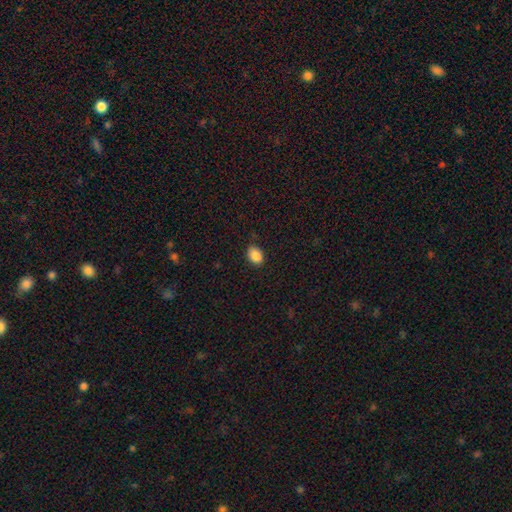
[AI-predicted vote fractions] Q: Smooth or featured?
A: smooth (88%); runner-up: star or artifact (8%)
Q: How rounded?
A: in between (78%); runner-up: round (21%)
Q: Merging?
A: none (84%); runner-up: minor disturbance (12%)